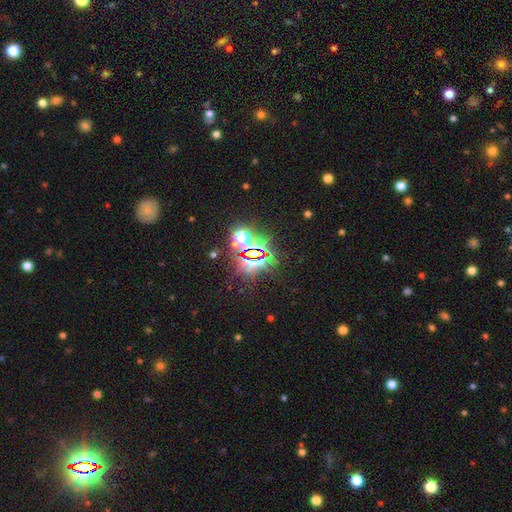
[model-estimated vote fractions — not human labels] Smooth or featured? star or artifact (80%)